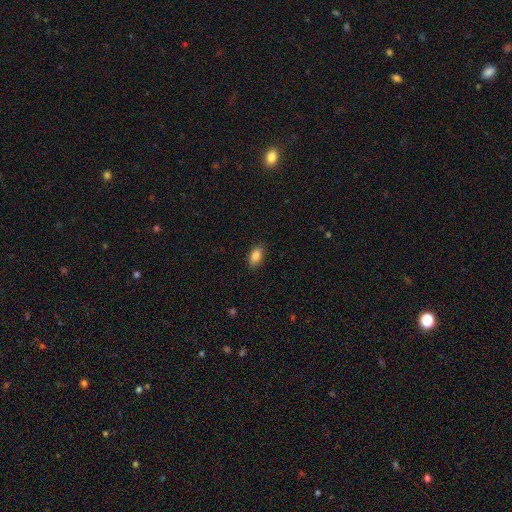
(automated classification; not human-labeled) smooth_or_featured: smooth (p=0.86) [alt: star or artifact p=0.08]
how_rounded: in between (p=0.88) [alt: round p=0.09]
merging: none (p=0.87) [alt: minor disturbance p=0.10]